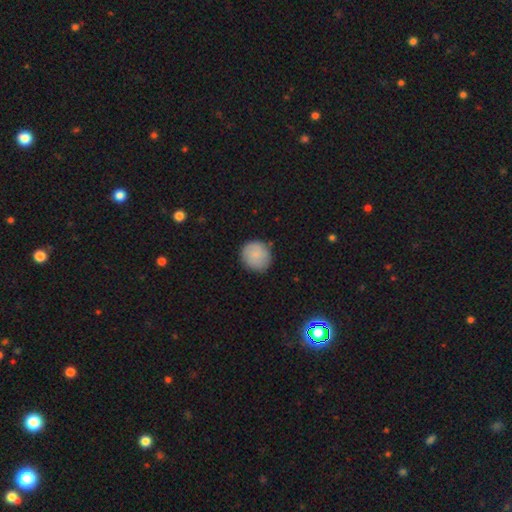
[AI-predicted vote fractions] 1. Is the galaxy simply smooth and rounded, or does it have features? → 84% smooth, 9% featured or disk, 7% star or artifact.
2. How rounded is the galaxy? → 91% round, 8% in between, 1% cigar-shaped.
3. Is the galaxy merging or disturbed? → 85% none, 12% minor disturbance, 2% major disturbance, 1% merger.